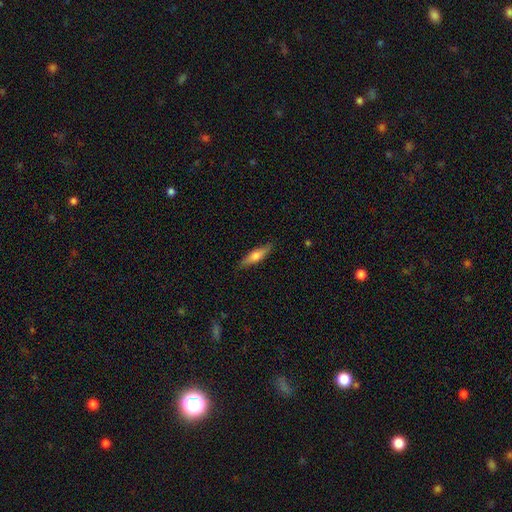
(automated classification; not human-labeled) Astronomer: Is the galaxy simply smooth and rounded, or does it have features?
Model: smooth — 56% (runner-up: featured or disk, 39%).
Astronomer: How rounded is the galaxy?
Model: cigar-shaped — 70%.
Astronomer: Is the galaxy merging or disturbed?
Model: none — 86%.